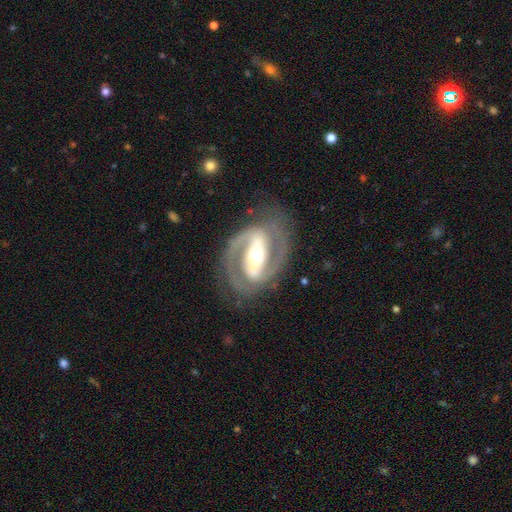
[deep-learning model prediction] A featured or disk galaxy (91%) with a strong bar (72%), 2 (92%) medium (51%) spiral arms (95%) and a moderate central bulge (66%). Merging: none (79%).